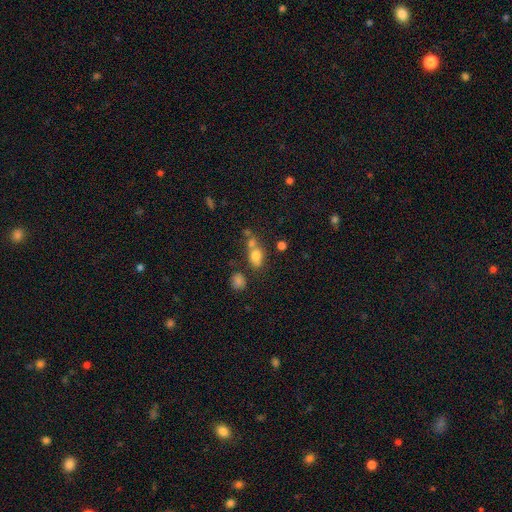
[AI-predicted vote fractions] Smooth or featured? Predicted: smooth (p=0.73). How rounded? Predicted: in between (p=0.57). Merging? Predicted: none (p=0.41).